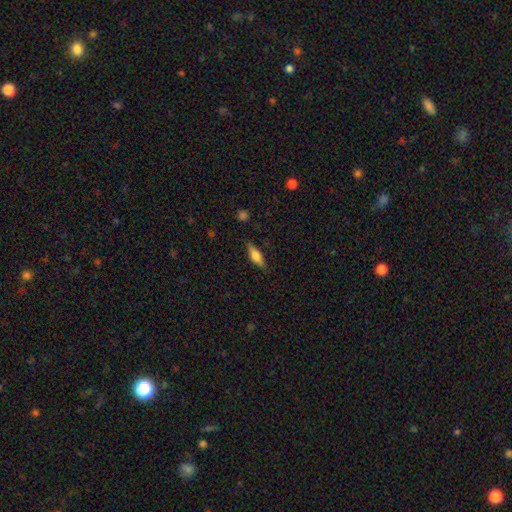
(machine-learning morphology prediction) type=smooth (59%); roundness=in between (49%); merging=none (85%).